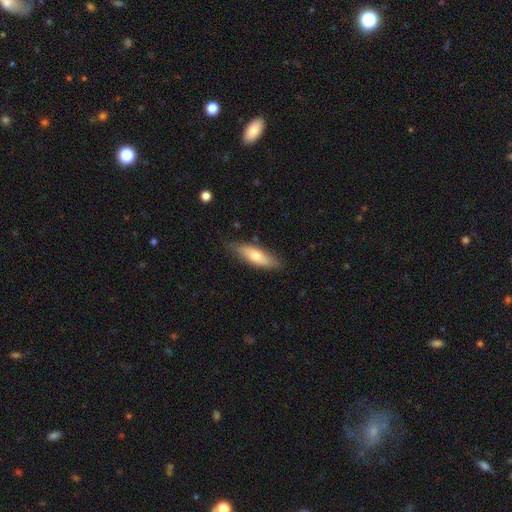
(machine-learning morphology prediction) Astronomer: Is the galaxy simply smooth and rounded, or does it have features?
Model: smooth — 65%.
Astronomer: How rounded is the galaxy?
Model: cigar-shaped — 52% (runner-up: in between, 46%).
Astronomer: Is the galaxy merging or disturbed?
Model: none — 80%.